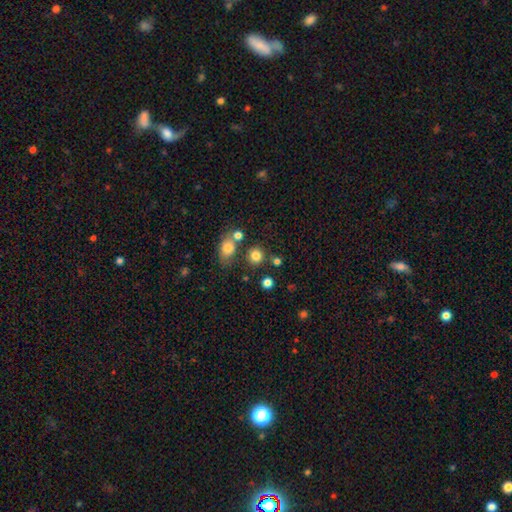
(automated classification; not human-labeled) Smooth or featured?
  - smooth: 80% *
  - star or artifact: 13%
  - featured or disk: 7%
How rounded?
  - round: 86% *
  - in between: 13%
  - cigar-shaped: 1%
Merging?
  - none: 72% *
  - merger: 14%
  - minor disturbance: 10%
  - major disturbance: 4%